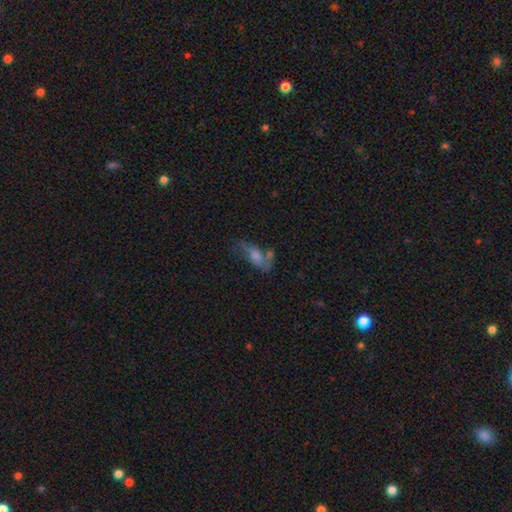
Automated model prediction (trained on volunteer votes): The model was most divided on "smooth or featured": featured or disk: 48%, smooth: 39%, star or artifact: 13%. Remaining: merging — none (41%).